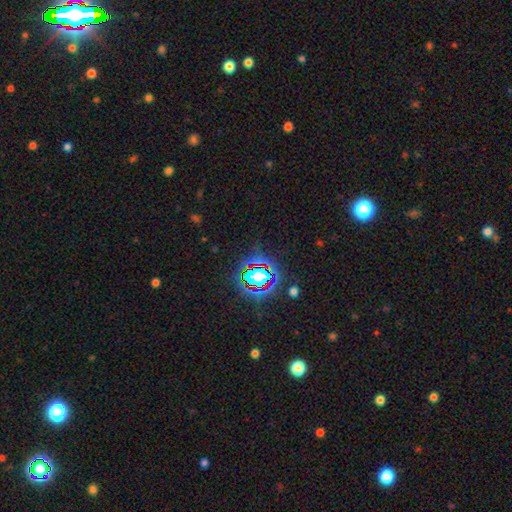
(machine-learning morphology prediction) A star or artifact, not a galaxy (80%).